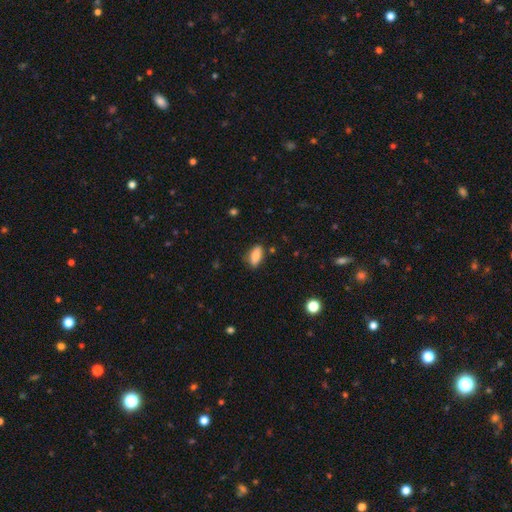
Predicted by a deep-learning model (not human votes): smooth_or_featured: smooth (p=0.87) [alt: star or artifact p=0.07]
how_rounded: in between (p=0.86) [alt: cigar-shaped p=0.11]
merging: none (p=0.81) [alt: minor disturbance p=0.14]